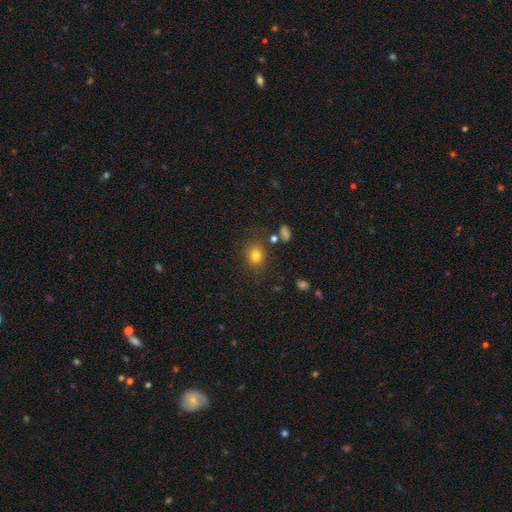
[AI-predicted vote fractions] Morphology: type=smooth (80%); roundness=round (62%); merging=none (80%).